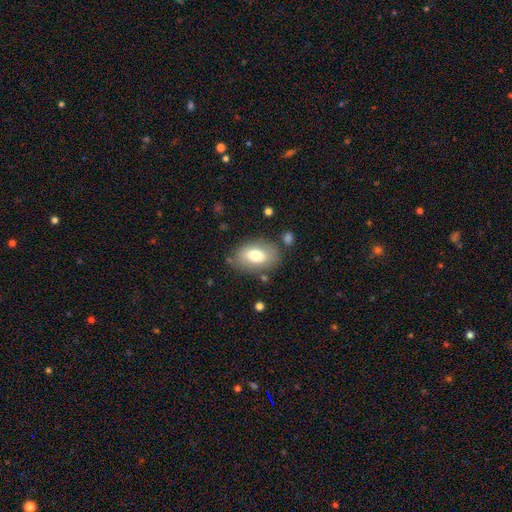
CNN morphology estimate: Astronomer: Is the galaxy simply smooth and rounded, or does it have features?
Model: smooth — 73%.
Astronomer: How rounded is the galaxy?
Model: in between — 88%.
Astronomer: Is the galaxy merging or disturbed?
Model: none — 75%.